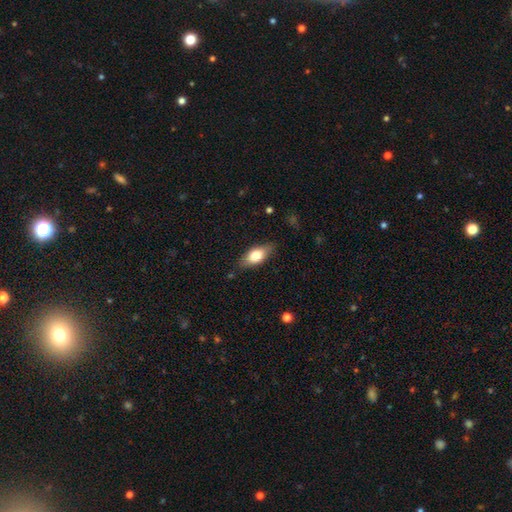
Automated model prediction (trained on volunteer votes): smooth 71%, featured or disk 22%, star or artifact 7%. Down the decision tree: how rounded — in between (83%); merging — none (80%).